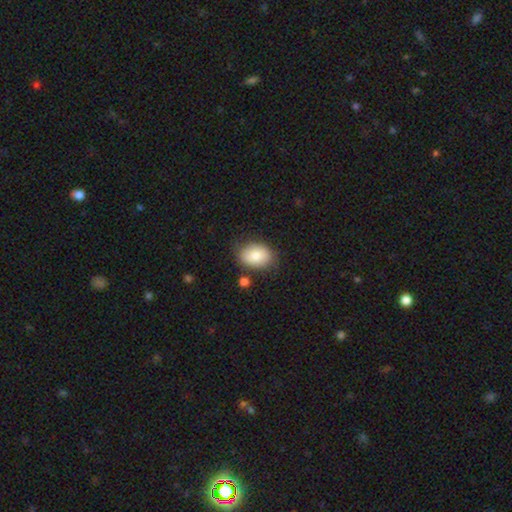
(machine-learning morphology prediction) Overall: smooth (82%). How rounded: in between (75%). Merging: none (77%).